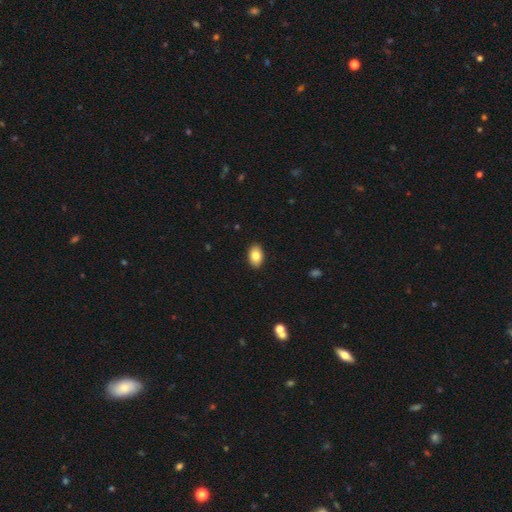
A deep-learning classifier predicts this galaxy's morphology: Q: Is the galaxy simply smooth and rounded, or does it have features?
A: smooth — 83%.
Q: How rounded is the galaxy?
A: in between — 90%.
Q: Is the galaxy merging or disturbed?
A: none — 90%.